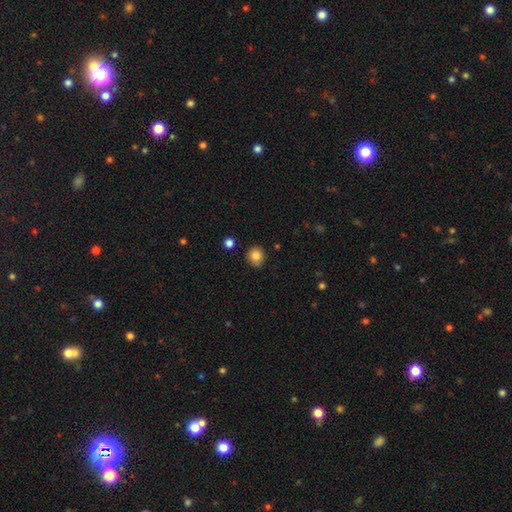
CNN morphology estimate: This appears to be a smooth galaxy with no disk features (84%) that is round (87%). Merging: none (82%).